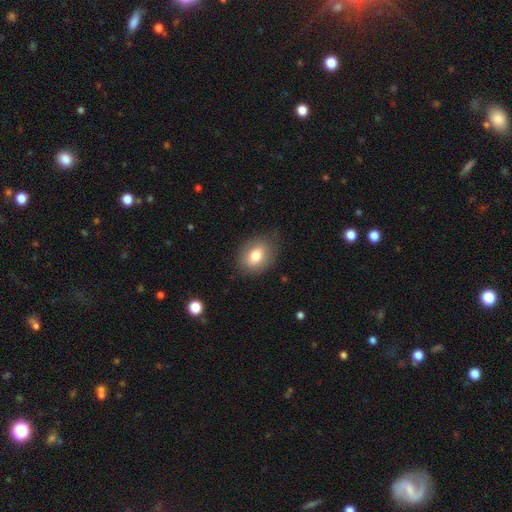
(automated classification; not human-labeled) Smooth or featured? Predicted: smooth (p=0.77). How rounded? Predicted: in between (p=0.62). Merging? Predicted: none (p=0.76).